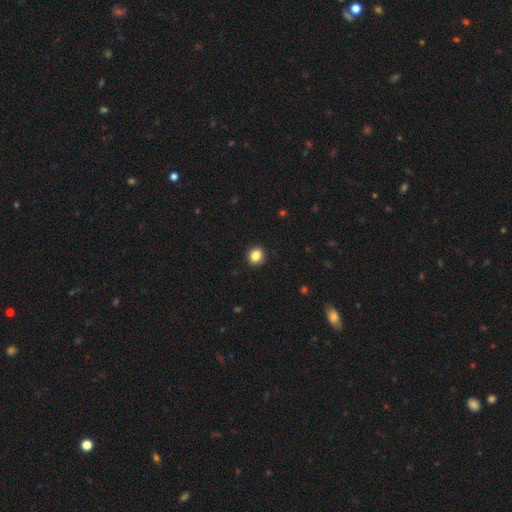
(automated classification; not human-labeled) Morphology: type=smooth (85%); roundness=round (72%); merging=none (91%).